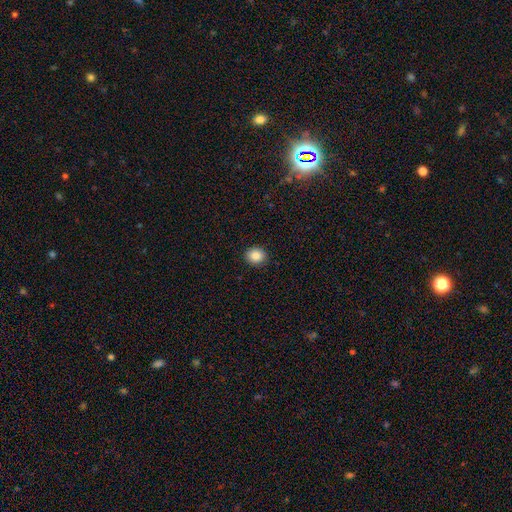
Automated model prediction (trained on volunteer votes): The model was most divided on "how rounded": round: 70%, in between: 29%, cigar-shaped: 1%. More confident: merging — none (91%); smooth or featured — smooth (86%).